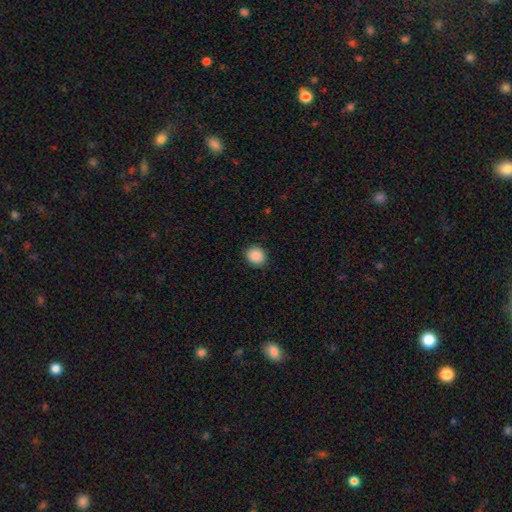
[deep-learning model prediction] Morphology: type=smooth (89%); roundness=round (78%); merging=none (90%).